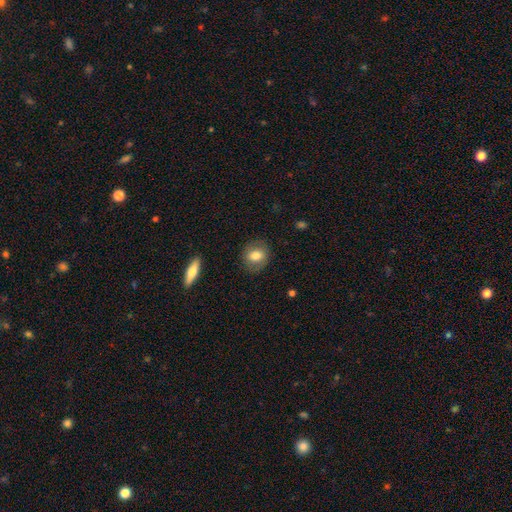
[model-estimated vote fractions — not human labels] Smooth or featured? Predicted: smooth (p=0.74). How rounded? Predicted: round (p=0.66). Merging? Predicted: none (p=0.84).